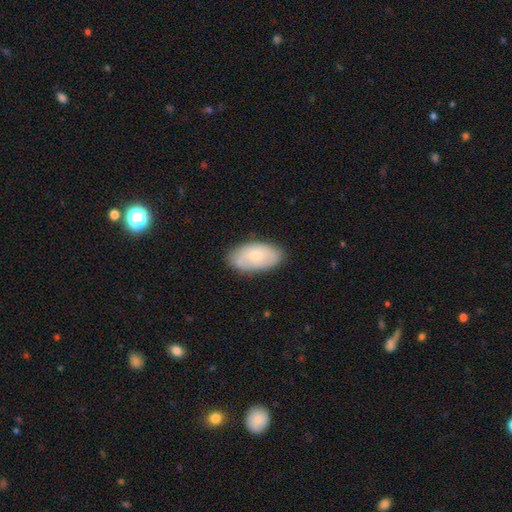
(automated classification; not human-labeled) smooth_or_featured: smooth (p=0.62) [alt: featured or disk p=0.32]
how_rounded: in between (p=0.94) [alt: round p=0.03]
merging: none (p=0.78) [alt: minor disturbance p=0.17]